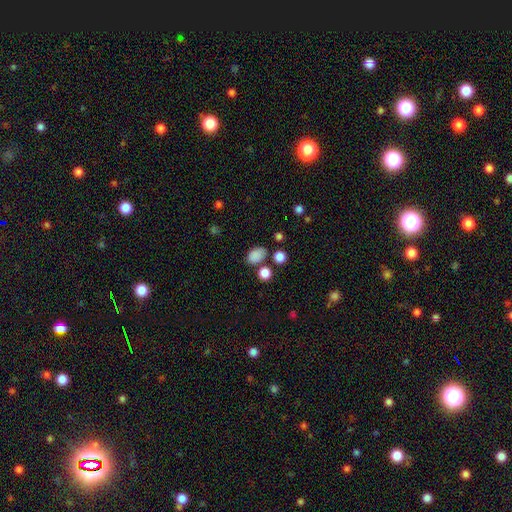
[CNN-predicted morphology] Smooth or featured: smooth — 83% (star or artifact — 12%)
How rounded: in between — 81% (round — 18%)
Merging: none — 70% (minor disturbance — 15%)